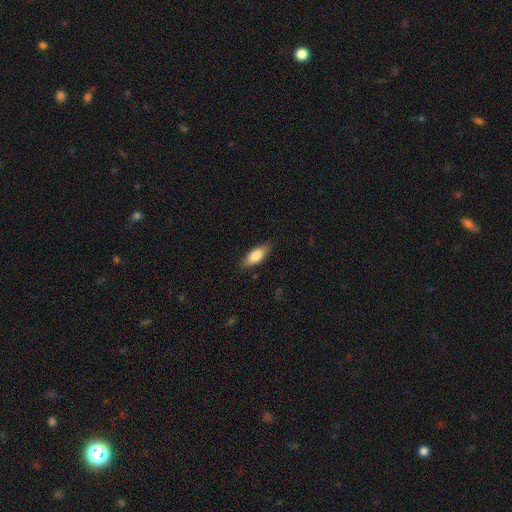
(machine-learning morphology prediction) A smooth galaxy with no disk features (78%) that is in between round and cigar-shaped (76%). Merging: none (83%).